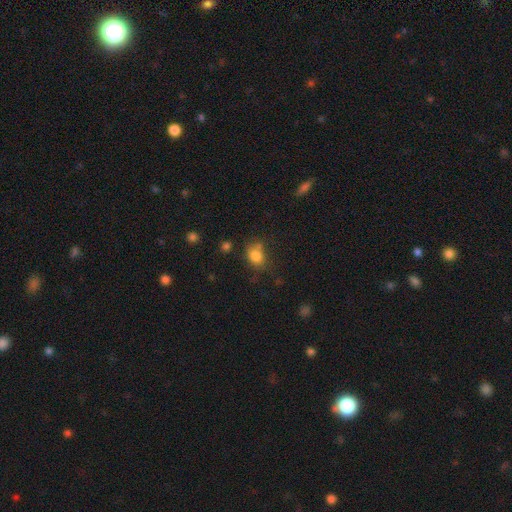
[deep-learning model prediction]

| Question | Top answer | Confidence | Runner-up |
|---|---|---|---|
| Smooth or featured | smooth | 81% | star or artifact (12%) |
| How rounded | in between | 54% | round (45%) |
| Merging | none | 61% | minor disturbance (22%) |